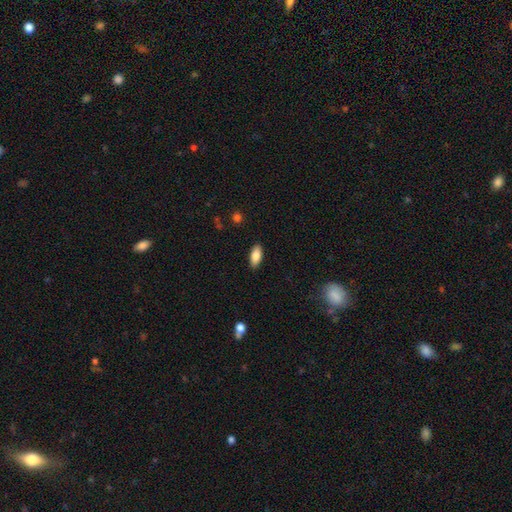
Volunteers were most divided on "merging": none: 84%, minor disturbance: 11%, major disturbance: 3%, merger: 3%. More confident: how rounded — in between (89%); smooth or featured — smooth (88%).